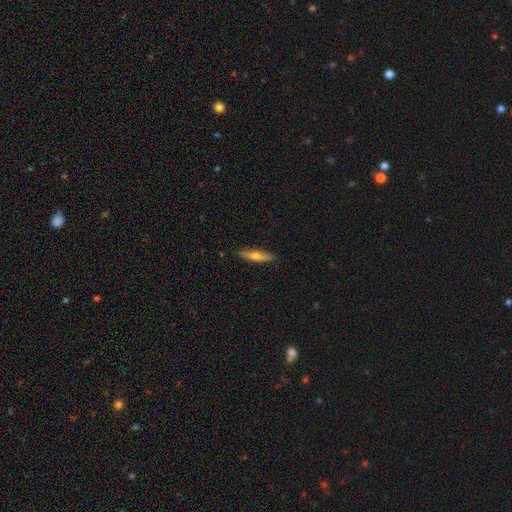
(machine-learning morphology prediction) A smooth galaxy with no disk features (56%) that is cigar-shaped (83%).

Vote fractions:
- Smooth or featured? smooth: 56% / featured or disk: 39% / star or artifact: 6%
- How rounded? cigar-shaped: 83% / in between: 15% / round: 2%
- Merging? none: 89% / minor disturbance: 8% / major disturbance: 2% / merger: 1%